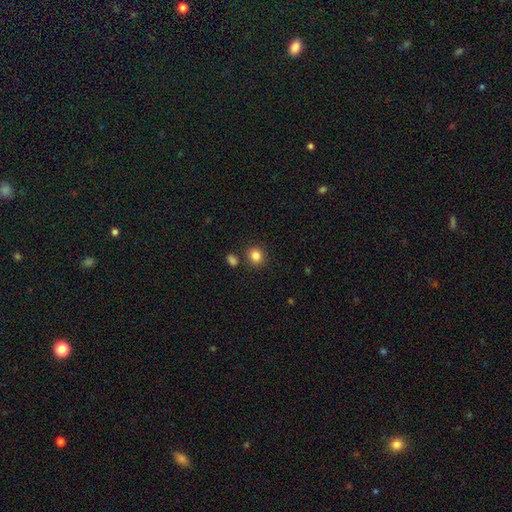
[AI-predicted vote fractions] Smooth or featured: smooth — 84% (star or artifact — 11%)
How rounded: round — 80% (in between — 19%)
Merging: none — 84% (minor disturbance — 8%)